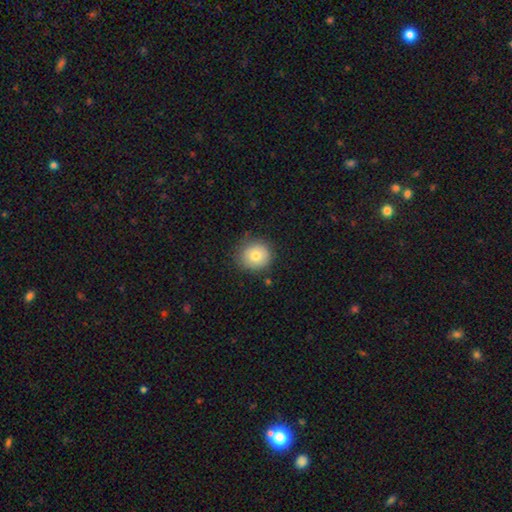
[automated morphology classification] This is likely a smooth galaxy (77%). How rounded: clearly round (89%). Merging: clearly none (83%).